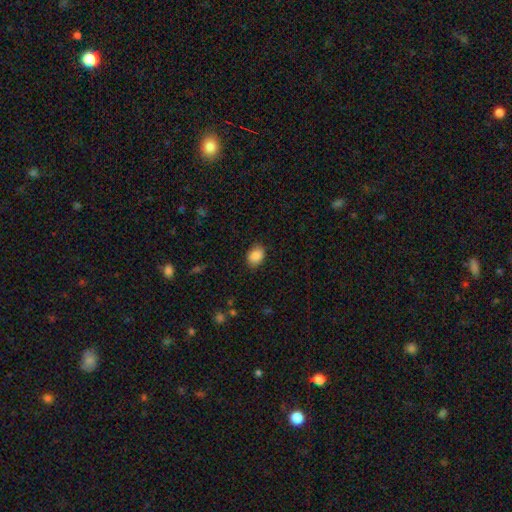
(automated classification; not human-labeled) A smooth galaxy with no disk features (88%) that is in between round and cigar-shaped (71%).

Vote fractions:
- Smooth or featured? smooth: 88% / star or artifact: 8% / featured or disk: 4%
- How rounded? in between: 71% / round: 28% / cigar-shaped: 1%
- Merging? none: 84% / minor disturbance: 12% / major disturbance: 3% / merger: 1%